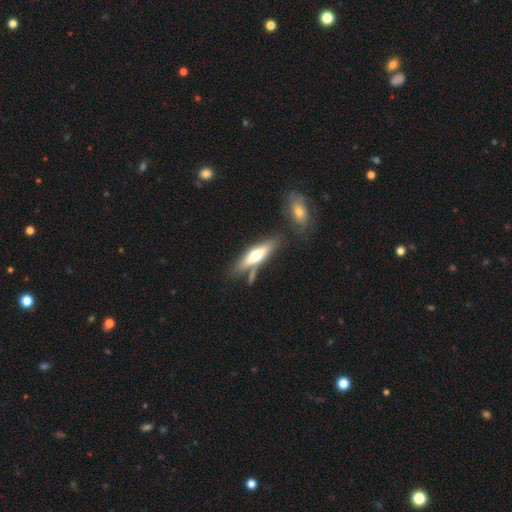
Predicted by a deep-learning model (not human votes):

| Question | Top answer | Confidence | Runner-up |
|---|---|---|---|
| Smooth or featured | smooth | 48% | featured or disk (46%) |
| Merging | none | 68% | minor disturbance (15%) |